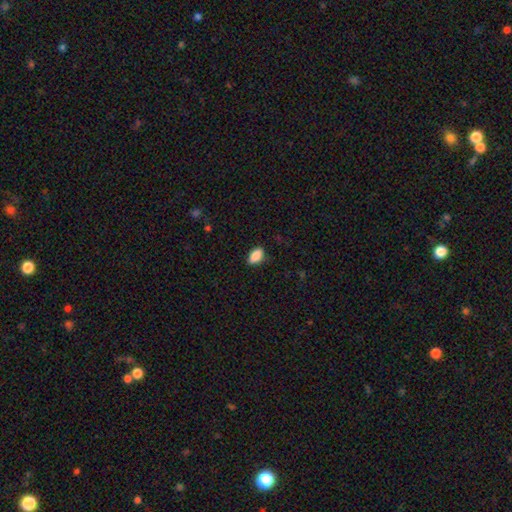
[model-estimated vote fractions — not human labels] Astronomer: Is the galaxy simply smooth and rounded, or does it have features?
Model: smooth — 89%.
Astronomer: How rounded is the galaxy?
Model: in between — 92%.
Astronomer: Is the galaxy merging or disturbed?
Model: none — 82%.